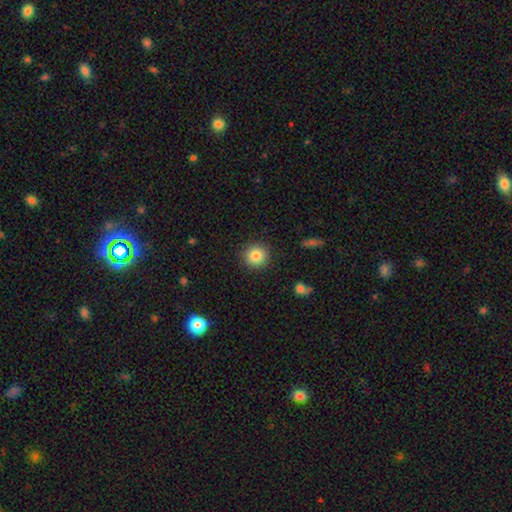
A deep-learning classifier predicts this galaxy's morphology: This appears to be a smooth galaxy with no disk features (83%) that is round (93%). Merging: none (90%).